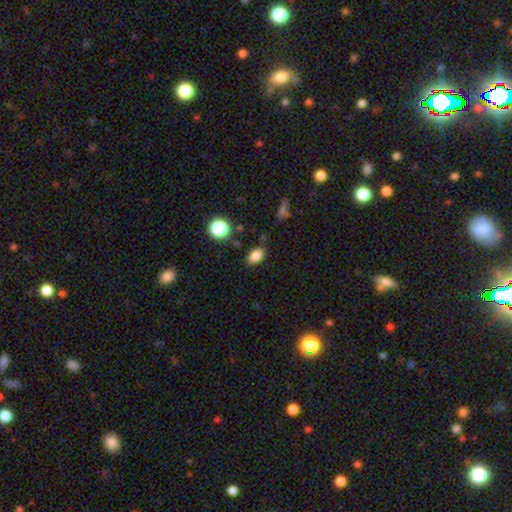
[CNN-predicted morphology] Smooth or featured?
  - smooth: 83% *
  - star or artifact: 11%
  - featured or disk: 6%
How rounded?
  - in between: 83% *
  - round: 16%
  - cigar-shaped: 2%
Merging?
  - none: 82% *
  - minor disturbance: 12%
  - major disturbance: 3%
  - merger: 3%